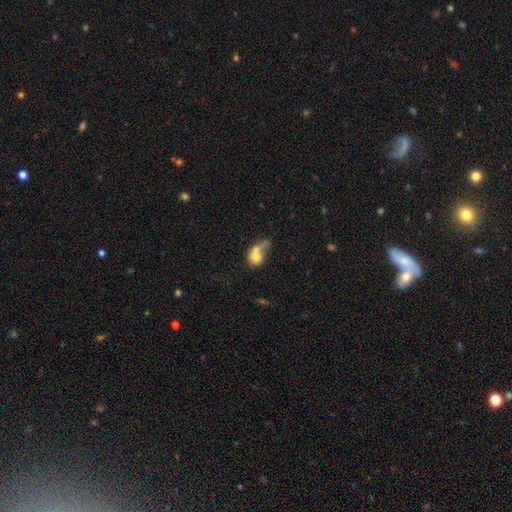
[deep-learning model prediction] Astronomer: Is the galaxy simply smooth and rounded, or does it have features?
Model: smooth — 68%.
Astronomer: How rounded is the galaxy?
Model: round — 57% (runner-up: in between, 40%).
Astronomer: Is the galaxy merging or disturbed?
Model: merger — 52%.